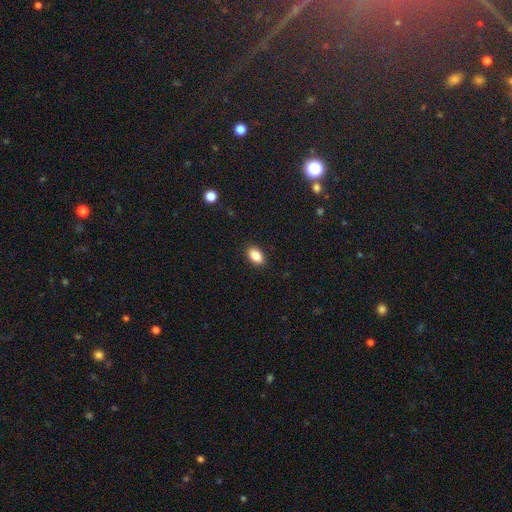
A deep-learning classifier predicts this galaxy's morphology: smooth_or_featured: smooth (p=0.87) [alt: star or artifact p=0.08]
how_rounded: in between (p=0.91) [alt: round p=0.07]
merging: none (p=0.90) [alt: minor disturbance p=0.08]